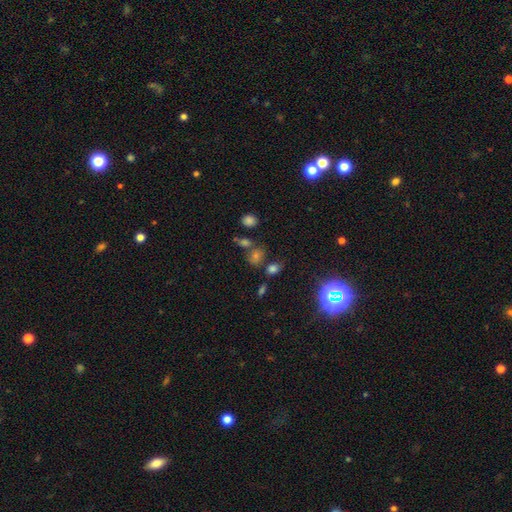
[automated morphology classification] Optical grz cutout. It shows a smooth galaxy with no disk features (48%). Merging: none (63%).